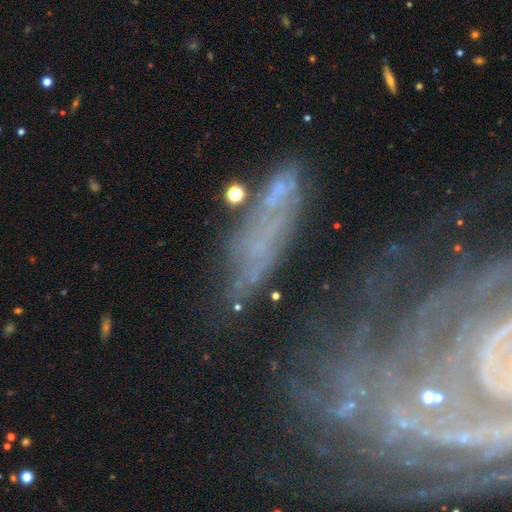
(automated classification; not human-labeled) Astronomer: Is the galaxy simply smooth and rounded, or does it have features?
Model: featured or disk — 67%.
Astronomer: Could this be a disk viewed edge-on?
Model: no — 81%.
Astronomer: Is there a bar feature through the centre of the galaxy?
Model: no — 54%.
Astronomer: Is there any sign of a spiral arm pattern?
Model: yes — 76%.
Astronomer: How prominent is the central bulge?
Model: small — 60%.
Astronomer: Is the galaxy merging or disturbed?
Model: none — 55%.